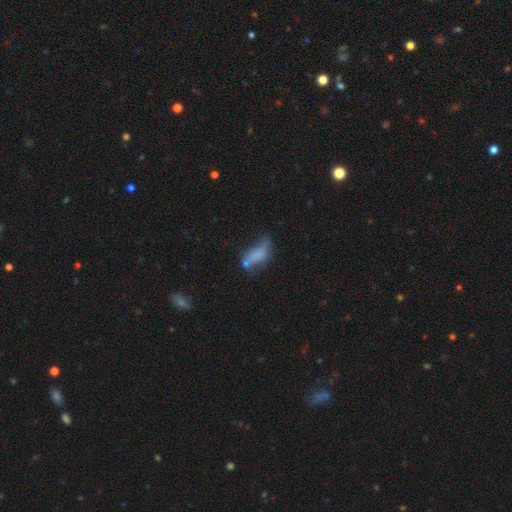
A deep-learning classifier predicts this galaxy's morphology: Smooth or featured? smooth (63%)
How rounded? in between (75%)
Merging? none (30%)